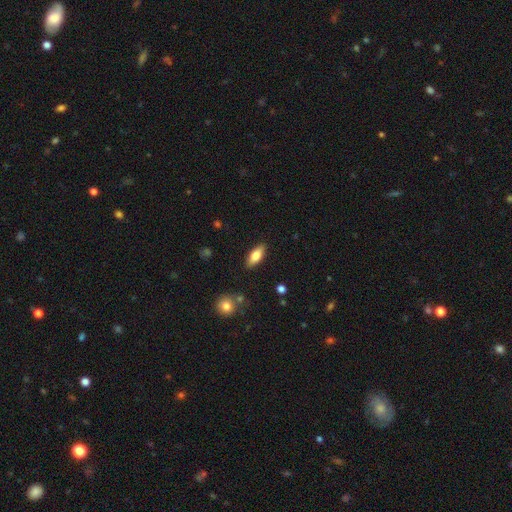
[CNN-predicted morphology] Smooth or featured? smooth (75%)
How rounded? in between (80%)
Merging? none (87%)